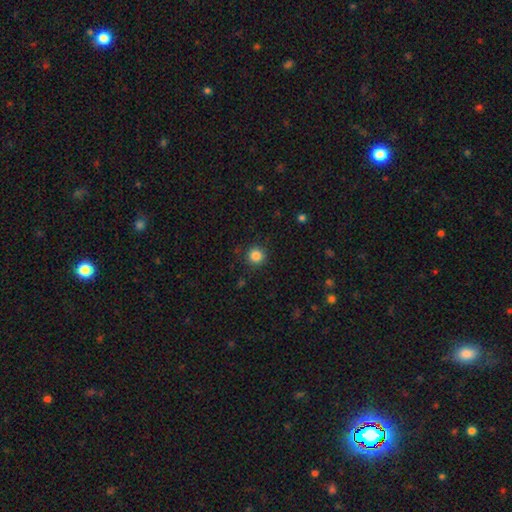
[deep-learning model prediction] Overall: smooth (85%). How rounded: round (94%). Merging: none (90%).